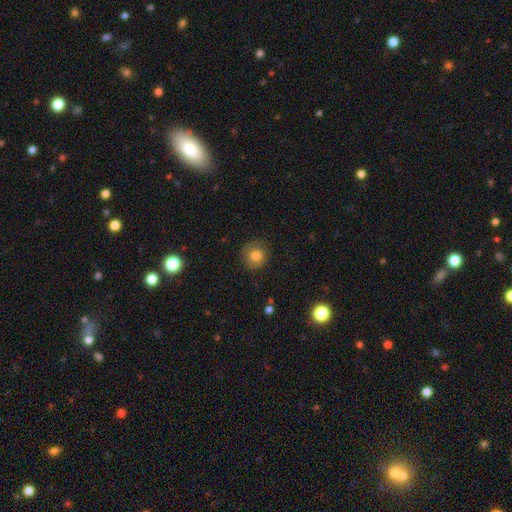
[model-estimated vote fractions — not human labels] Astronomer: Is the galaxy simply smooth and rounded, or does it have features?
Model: smooth — 80%.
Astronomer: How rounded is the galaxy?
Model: round — 90%.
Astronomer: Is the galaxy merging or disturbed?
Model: none — 82%.